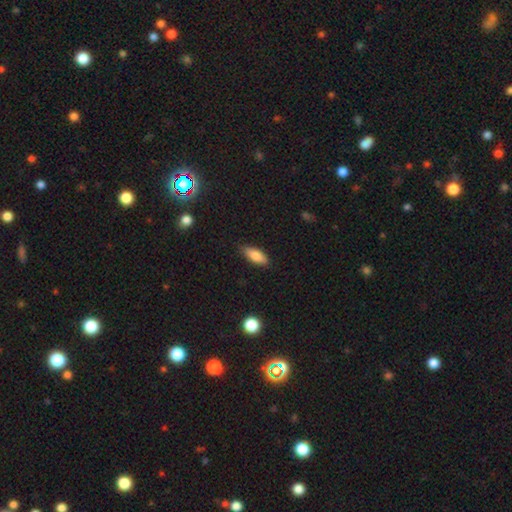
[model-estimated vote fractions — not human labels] smooth-or-featured: smooth: 80% | featured or disk: 13% | star or artifact: 7%
  how-rounded: in between: 72% | cigar-shaped: 26% | round: 3%
  merging: none: 83% | minor disturbance: 14% | major disturbance: 2% | merger: 1%